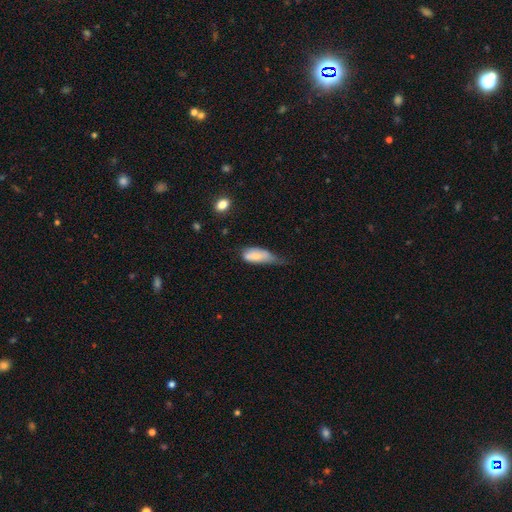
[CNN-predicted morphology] smooth 72%, featured or disk 21%, star or artifact 7%. Down the decision tree: how rounded — in between (79%); merging — minor disturbance (45%).